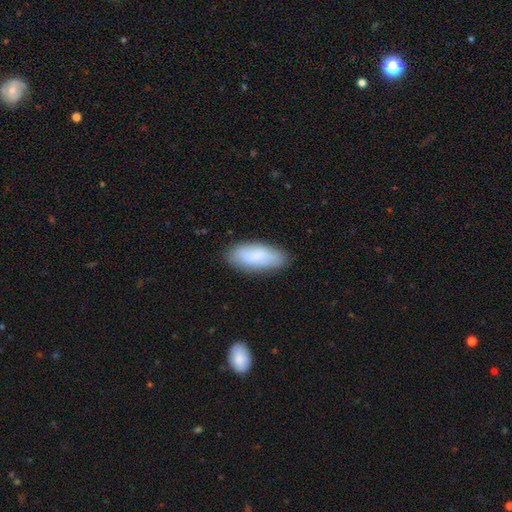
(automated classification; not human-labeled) This appears to be a smooth galaxy with no disk features (82%) that is in between round and cigar-shaped (81%). Merging: none (82%).